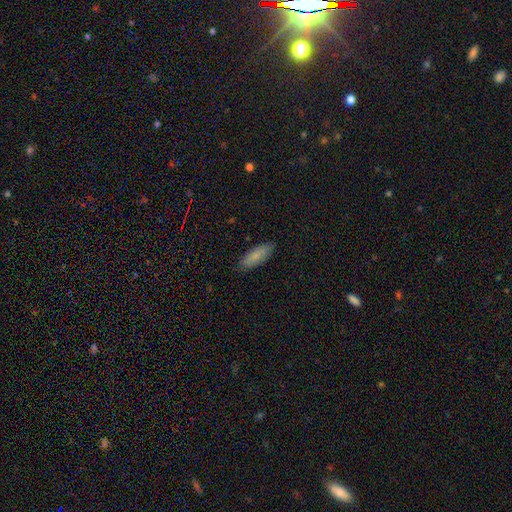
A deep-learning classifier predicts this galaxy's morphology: Overall: smooth (83%). How rounded: in between (67%; cigar-shaped 31%). Merging: none (86%).